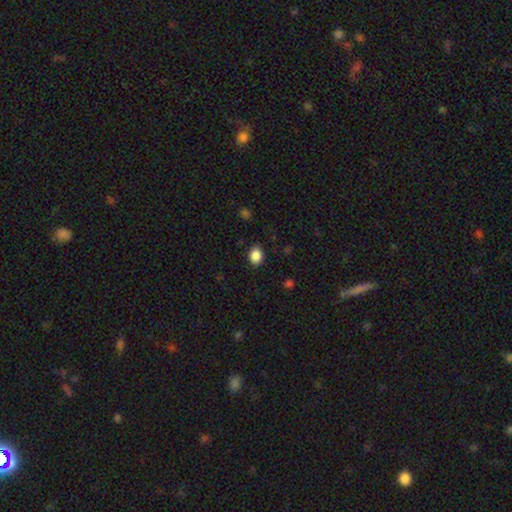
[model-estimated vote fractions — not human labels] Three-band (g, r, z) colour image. It shows a smooth galaxy with no disk features (88%) that is in between round and cigar-shaped (55%). Merging: none (85%).